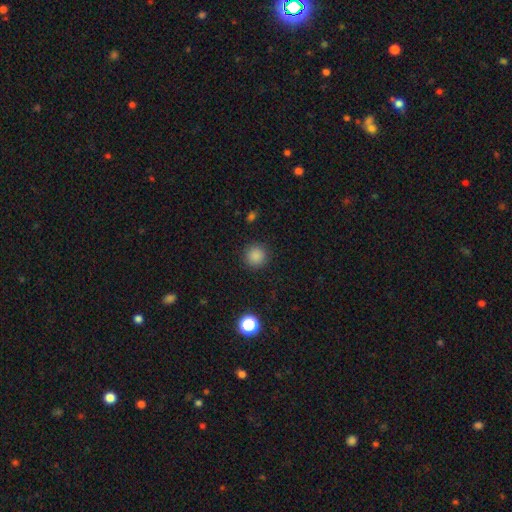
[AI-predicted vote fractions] Morphology: type=smooth (85%); roundness=round (94%); merging=none (91%).